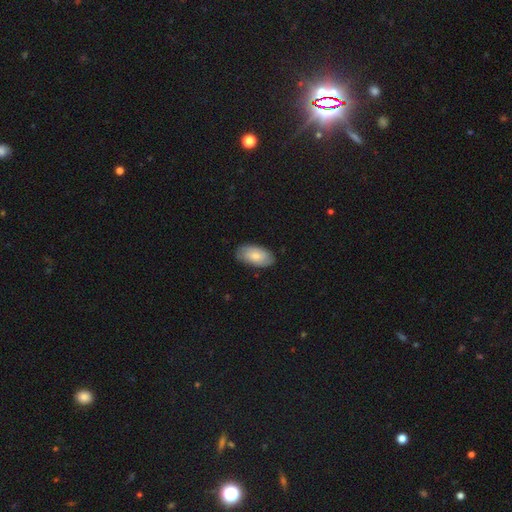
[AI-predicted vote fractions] A smooth galaxy with no disk features (70%) that is in between round and cigar-shaped (94%). Merging: none (81%).